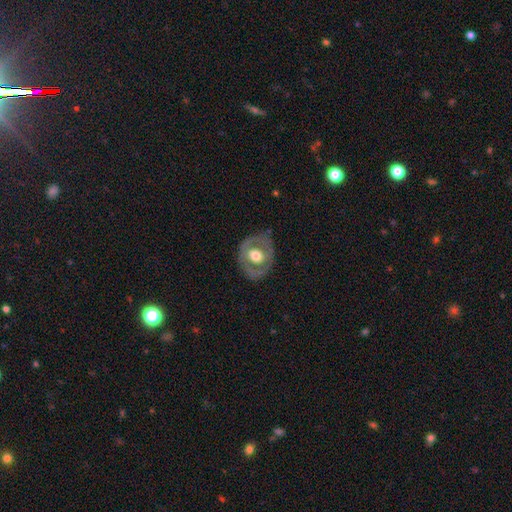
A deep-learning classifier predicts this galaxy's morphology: smooth_or_featured: featured or disk (p=0.59) [alt: smooth p=0.36]
disk_edge_on: no (p=0.94) [alt: yes p=0.06]
bar: no (p=0.77) [alt: weak p=0.17]
has_spiral_arms: no (p=0.77) [alt: yes p=0.23]
bulge_size: moderate (p=0.56) [alt: large p=0.37]
merging: none (p=0.75) [alt: minor disturbance p=0.16]